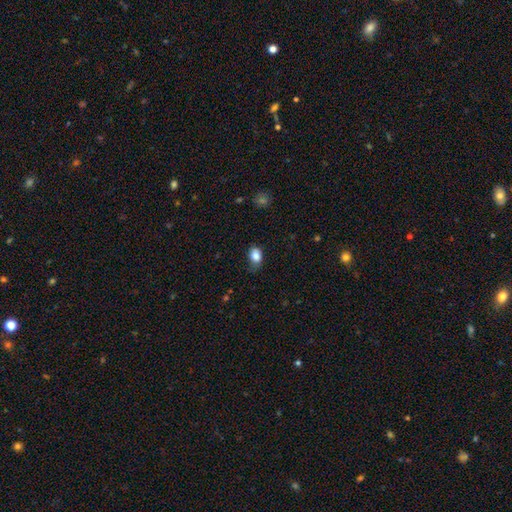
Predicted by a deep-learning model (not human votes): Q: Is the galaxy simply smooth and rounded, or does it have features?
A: smooth — 85%.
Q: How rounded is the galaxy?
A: in between — 75%.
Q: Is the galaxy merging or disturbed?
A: none — 56%.